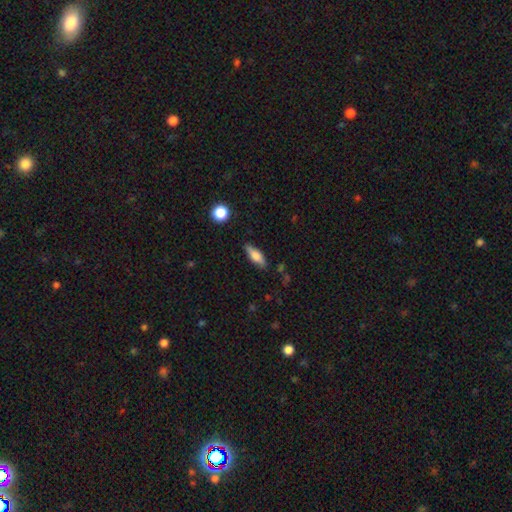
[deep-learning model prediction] smooth 69%, featured or disk 24%, star or artifact 7%. Down the decision tree: how rounded — in between (59%); merging — none (82%).